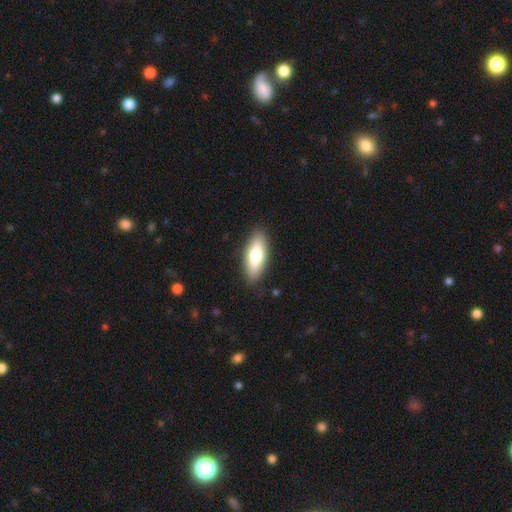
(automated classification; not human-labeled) The model was most divided on "how rounded": in between: 73%, cigar-shaped: 25%, round: 2%. More confident: merging — none (88%); smooth or featured — smooth (73%).